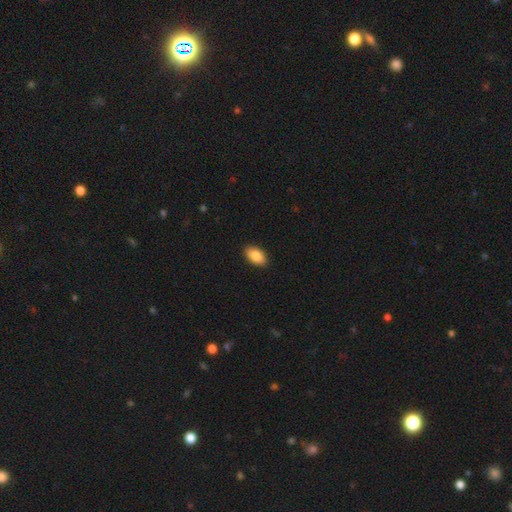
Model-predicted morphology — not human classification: smooth_or_featured: smooth (p=0.88) [alt: star or artifact p=0.07]
how_rounded: in between (p=0.93) [alt: round p=0.05]
merging: none (p=0.90) [alt: minor disturbance p=0.07]